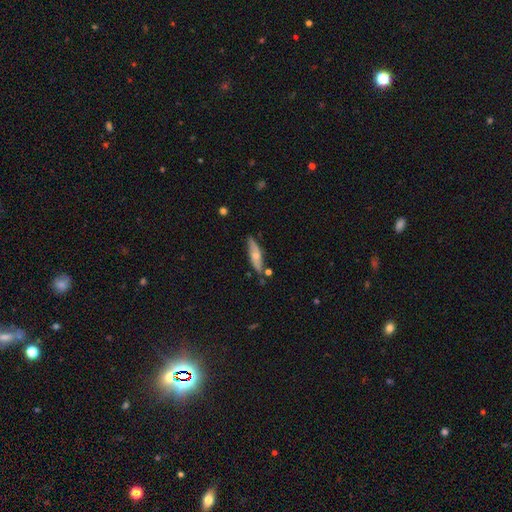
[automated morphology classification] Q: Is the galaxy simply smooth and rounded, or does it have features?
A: smooth — 52%.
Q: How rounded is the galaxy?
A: cigar-shaped — 65%.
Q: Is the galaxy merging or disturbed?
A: none — 74%.